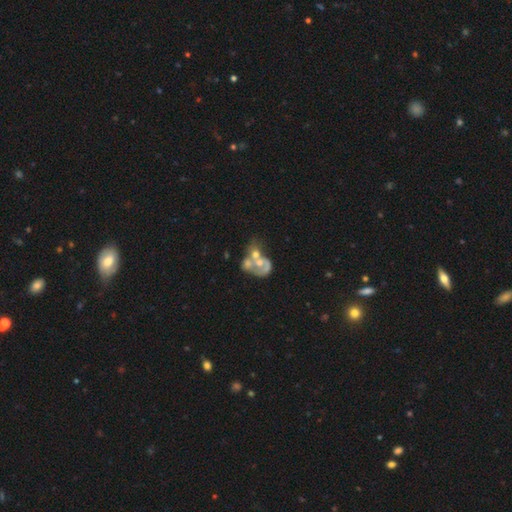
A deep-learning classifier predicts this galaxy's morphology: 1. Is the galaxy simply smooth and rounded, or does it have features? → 61% featured or disk, 26% smooth, 13% star or artifact.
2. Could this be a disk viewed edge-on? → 98% no, 2% yes.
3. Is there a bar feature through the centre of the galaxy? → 86% no, 11% weak, 3% strong.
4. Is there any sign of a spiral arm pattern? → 69% no, 31% yes.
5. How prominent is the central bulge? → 40% moderate, 27% small, 25% none, 5% large, 2% dominant.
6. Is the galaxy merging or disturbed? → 60% merger, 16% none, 16% major disturbance, 9% minor disturbance.